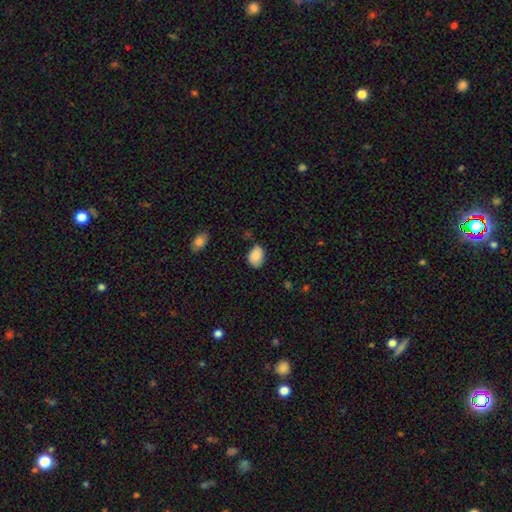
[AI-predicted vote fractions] smooth_or_featured: smooth (p=0.87) [alt: star or artifact p=0.07]
how_rounded: in between (p=0.77) [alt: round p=0.22]
merging: none (p=0.73) [alt: minor disturbance p=0.21]